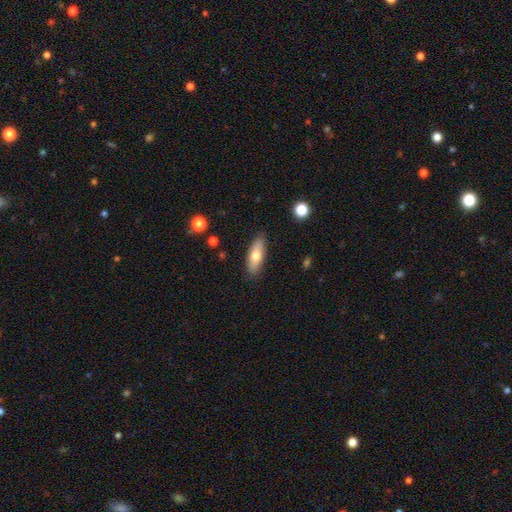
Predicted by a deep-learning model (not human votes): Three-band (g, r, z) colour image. It shows a smooth galaxy with no disk features (70%) that is in between round and cigar-shaped (63%). Merging: none (87%).